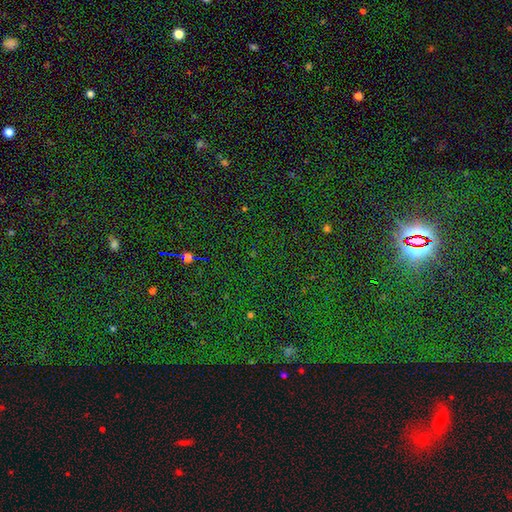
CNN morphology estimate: Smooth or featured?
  - star or artifact: 81% *
  - smooth: 11%
  - featured or disk: 8%